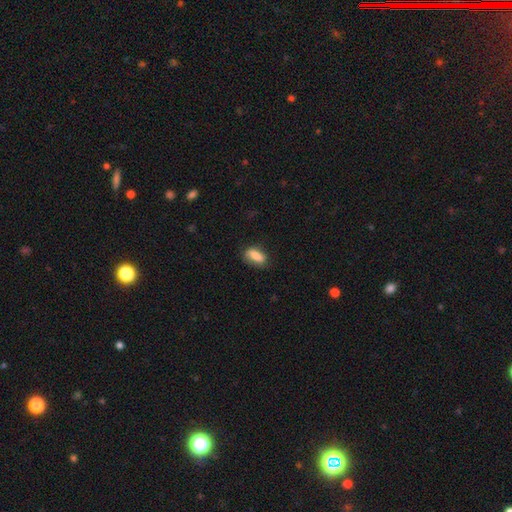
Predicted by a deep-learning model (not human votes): smooth_or_featured: smooth (p=0.82) [alt: featured or disk p=0.10]
how_rounded: in between (p=0.83) [alt: cigar-shaped p=0.11]
merging: none (p=0.72) [alt: minor disturbance p=0.21]